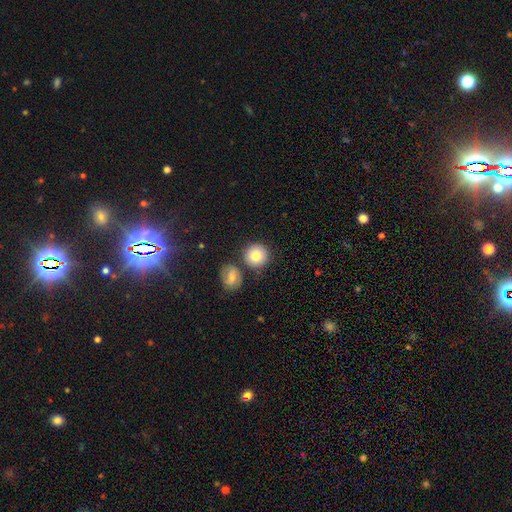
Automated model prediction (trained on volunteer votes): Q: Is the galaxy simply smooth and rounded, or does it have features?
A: smooth — 82%.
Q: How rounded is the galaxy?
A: round — 93%.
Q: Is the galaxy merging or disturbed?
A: none — 76%.